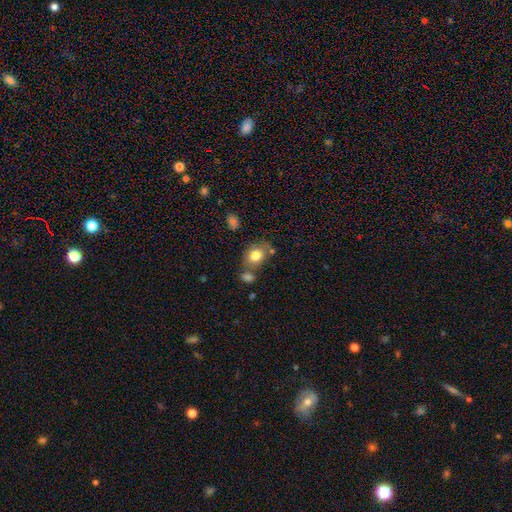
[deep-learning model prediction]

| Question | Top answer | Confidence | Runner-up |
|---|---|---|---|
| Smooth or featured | smooth | 79% | featured or disk (12%) |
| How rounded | in between | 53% | round (46%) |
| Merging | none | 55% | merger (21%) |